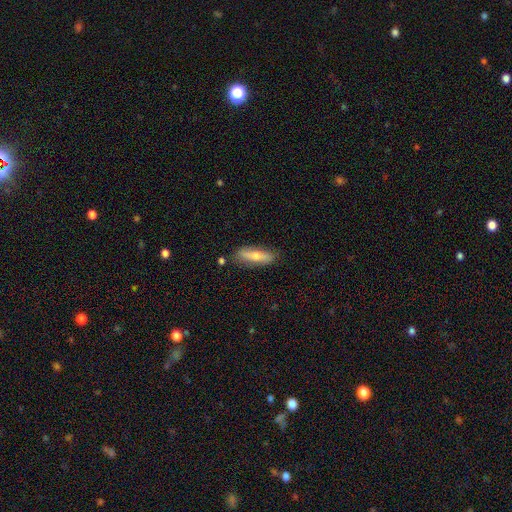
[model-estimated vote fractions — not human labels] Overall: smooth (52%; featured or disk 39%). How rounded: cigar-shaped (66%; in between 31%). Merging: none (84%).